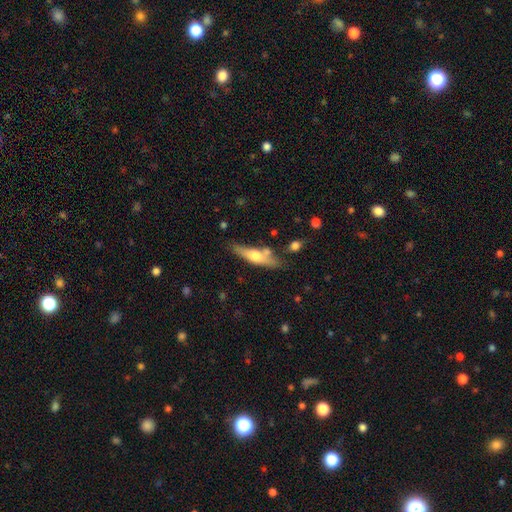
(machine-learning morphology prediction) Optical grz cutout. It shows a smooth galaxy with no disk features (49%). Merging: none (64%).